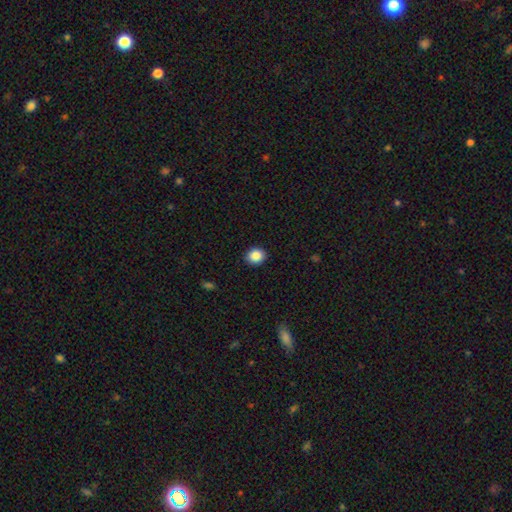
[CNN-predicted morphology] smooth 88%, star or artifact 9%, featured or disk 3%. Down the decision tree: how rounded — round (73%); merging — none (90%).